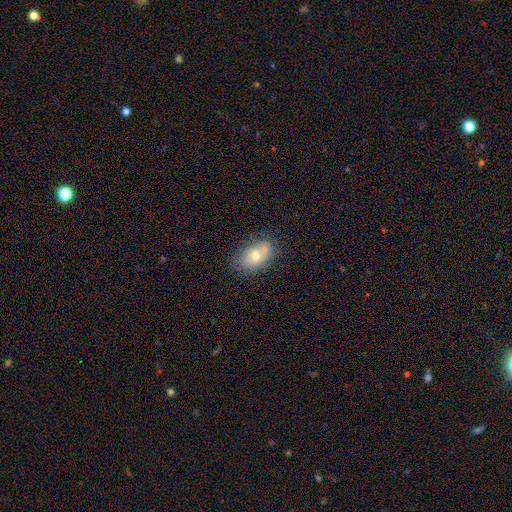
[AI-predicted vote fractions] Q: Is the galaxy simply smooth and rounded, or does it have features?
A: smooth — 67%.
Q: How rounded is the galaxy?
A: in between — 85%.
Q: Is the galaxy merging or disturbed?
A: none — 65%.